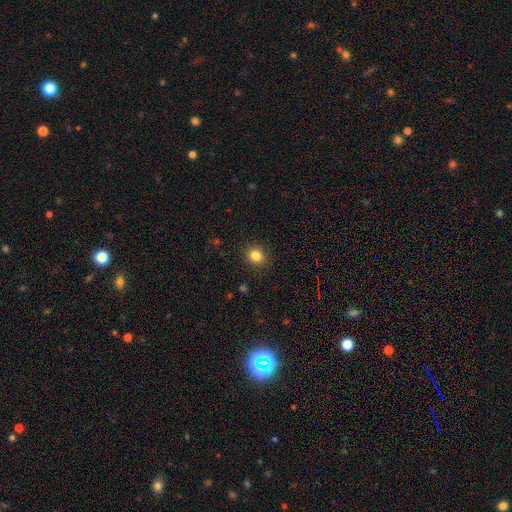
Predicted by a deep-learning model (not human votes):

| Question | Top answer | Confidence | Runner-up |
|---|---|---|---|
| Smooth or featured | smooth | 84% | star or artifact (11%) |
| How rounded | round | 74% | in between (26%) |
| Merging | none | 90% | minor disturbance (7%) |